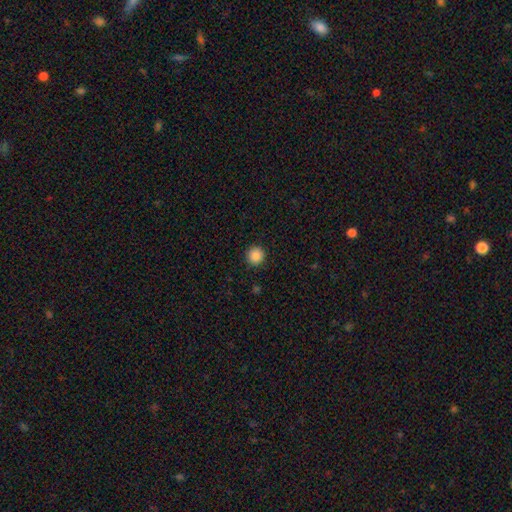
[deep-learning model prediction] This appears to be a smooth galaxy with no disk features (88%) that is round (95%). Merging: none (93%).